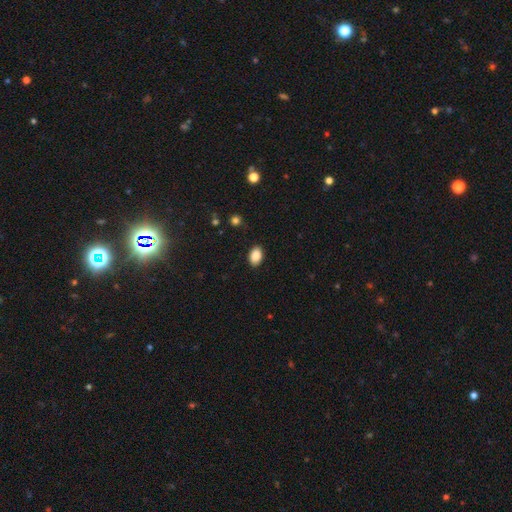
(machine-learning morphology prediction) smooth_or_featured: smooth (p=0.89) [alt: star or artifact p=0.08]
how_rounded: in between (p=0.86) [alt: round p=0.13]
merging: none (p=0.87) [alt: minor disturbance p=0.09]